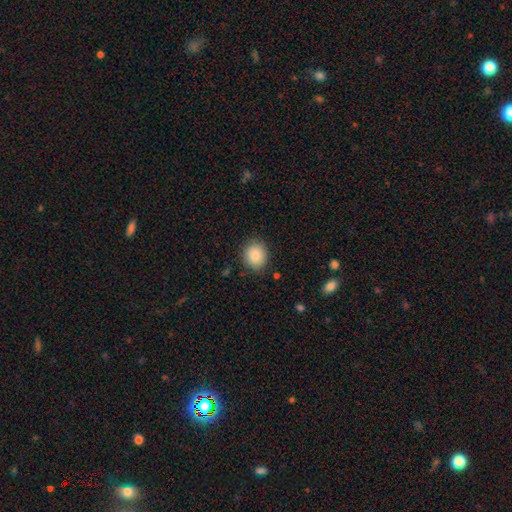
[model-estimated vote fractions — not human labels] Q: Smooth or featured?
A: smooth (87%); runner-up: star or artifact (8%)
Q: How rounded?
A: round (77%); runner-up: in between (22%)
Q: Merging?
A: none (86%); runner-up: minor disturbance (10%)